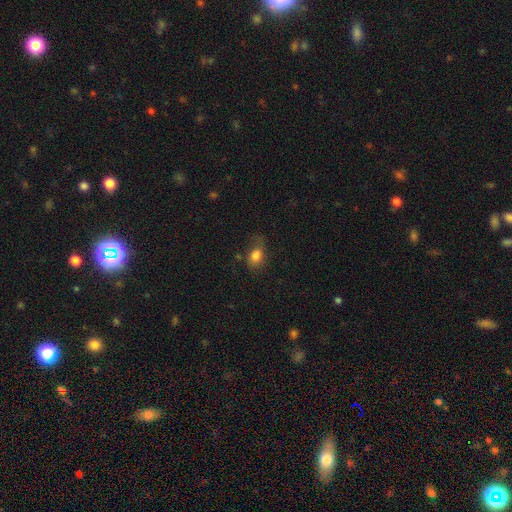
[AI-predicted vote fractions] This appears to be a smooth galaxy with no disk features (77%) that is in between round and cigar-shaped (69%). Merging: none (46%).